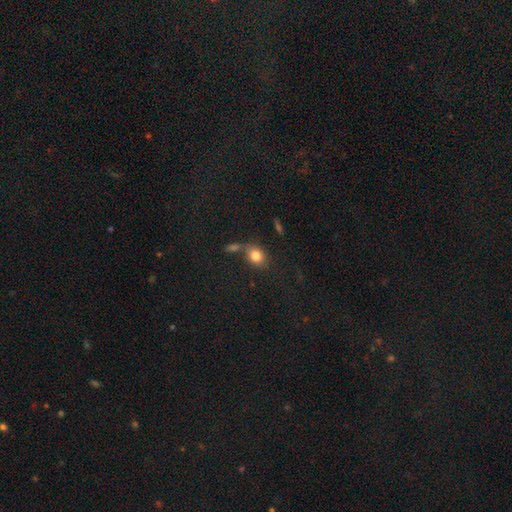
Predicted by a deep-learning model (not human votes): This is clearly a smooth galaxy (81%). How rounded: possibly round (51%). Merging: possibly none (53%).